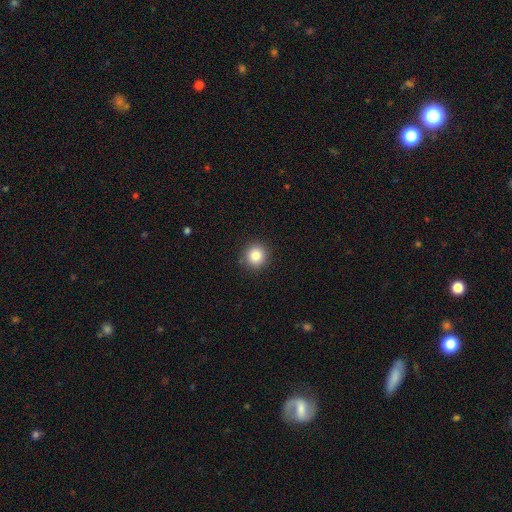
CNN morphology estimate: Smooth or featured?
  - smooth: 84% *
  - star or artifact: 11%
  - featured or disk: 6%
How rounded?
  - round: 94% *
  - in between: 5%
  - cigar-shaped: 1%
Merging?
  - none: 91% *
  - minor disturbance: 6%
  - major disturbance: 2%
  - merger: 1%